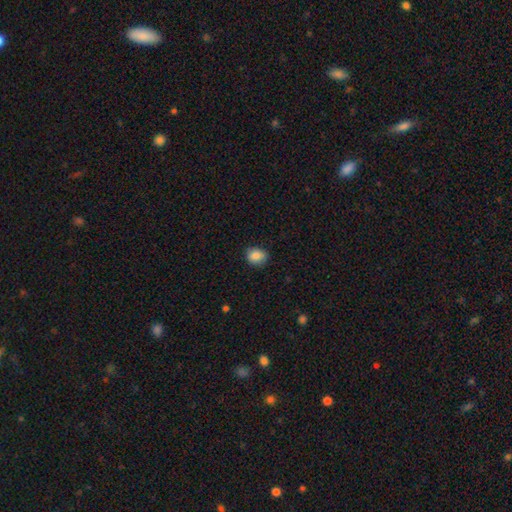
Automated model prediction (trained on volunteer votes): The model was most divided on "how rounded": round: 60%, in between: 39%, cigar-shaped: 1%. More confident: smooth or featured — smooth (86%); merging — none (84%).